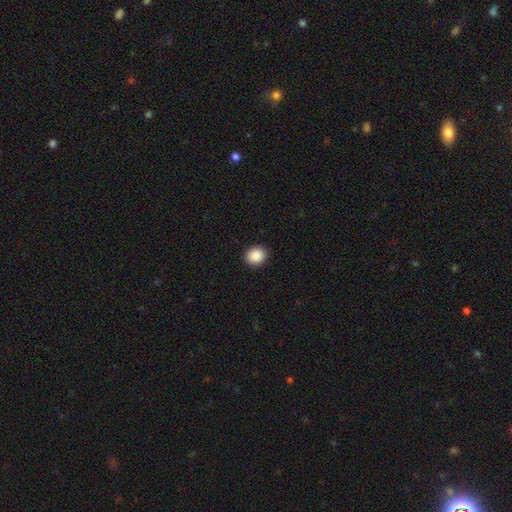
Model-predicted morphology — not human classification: Smooth or featured?
  - smooth: 89% *
  - star or artifact: 8%
  - featured or disk: 3%
How rounded?
  - round: 65% *
  - in between: 34%
  - cigar-shaped: 1%
Merging?
  - none: 92% *
  - minor disturbance: 6%
  - major disturbance: 2%
  - merger: 1%